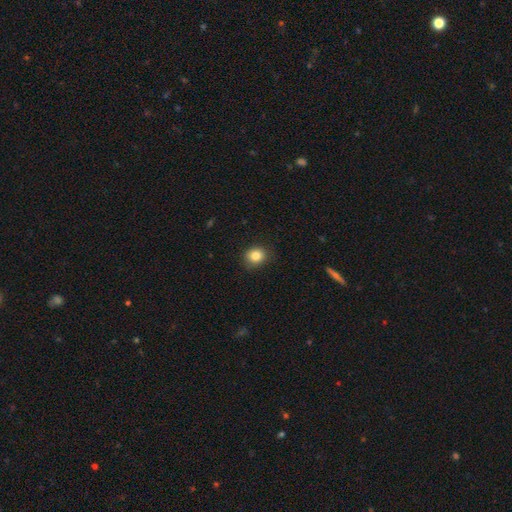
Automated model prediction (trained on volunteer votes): smooth-or-featured: smooth: 85% | star or artifact: 10% | featured or disk: 5%
  how-rounded: round: 76% | in between: 24% | cigar-shaped: 1%
  merging: none: 84% | minor disturbance: 12% | major disturbance: 3% | merger: 1%